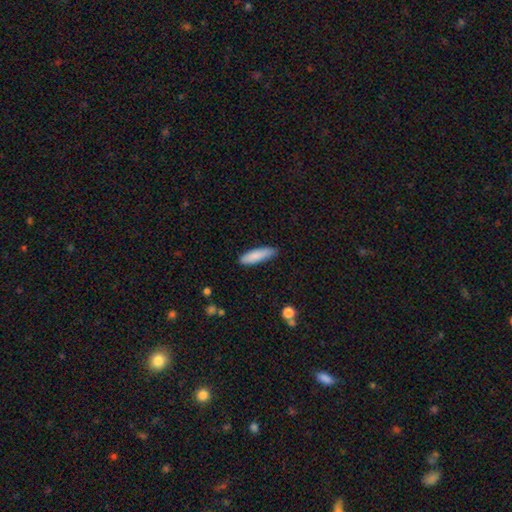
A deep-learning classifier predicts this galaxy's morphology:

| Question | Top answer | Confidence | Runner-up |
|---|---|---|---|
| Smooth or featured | smooth | 86% | featured or disk (8%) |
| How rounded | cigar-shaped | 63% | in between (36%) |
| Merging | none | 86% | minor disturbance (11%) |